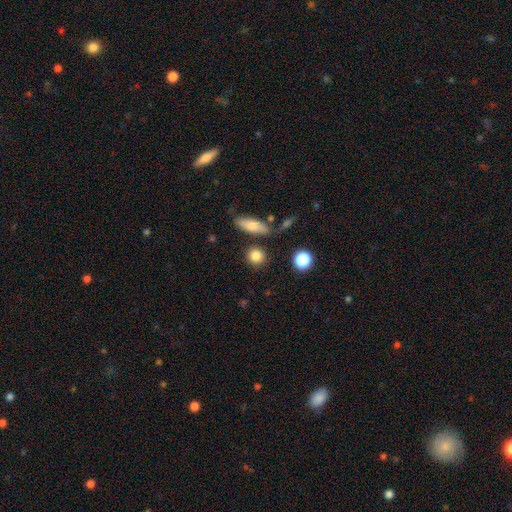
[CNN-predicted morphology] Smooth or featured: smooth — 84% (star or artifact — 9%)
How rounded: round — 83% (in between — 14%)
Merging: none — 83% (minor disturbance — 9%)